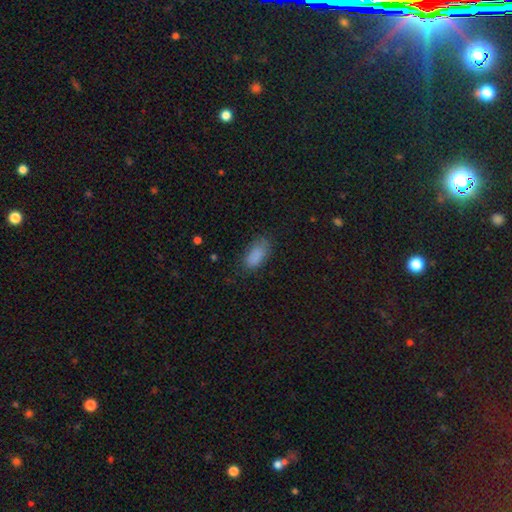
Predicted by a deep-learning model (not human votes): Smooth or featured? smooth (85%)
How rounded? in between (91%)
Merging? none (69%)